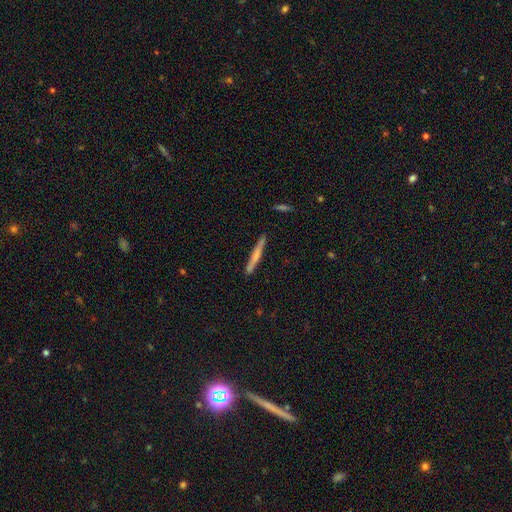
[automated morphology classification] A smooth galaxy with no disk features (52%) that is cigar-shaped (96%).

Vote fractions:
- Smooth or featured? smooth: 52% / featured or disk: 42% / star or artifact: 6%
- How rounded? cigar-shaped: 96% / in between: 2% / round: 1%
- Merging? none: 89% / minor disturbance: 8% / merger: 2% / major disturbance: 2%